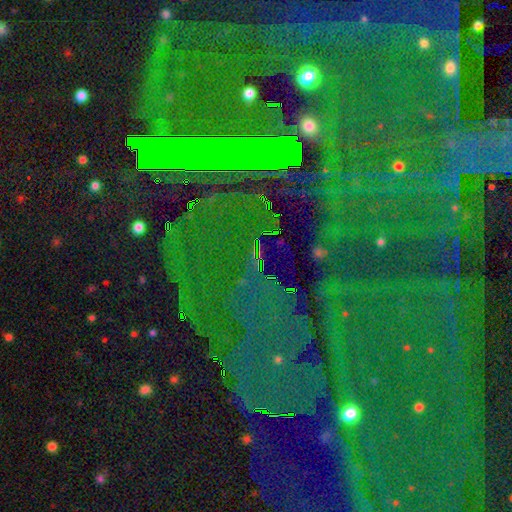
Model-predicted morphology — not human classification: type=star or artifact (83%).